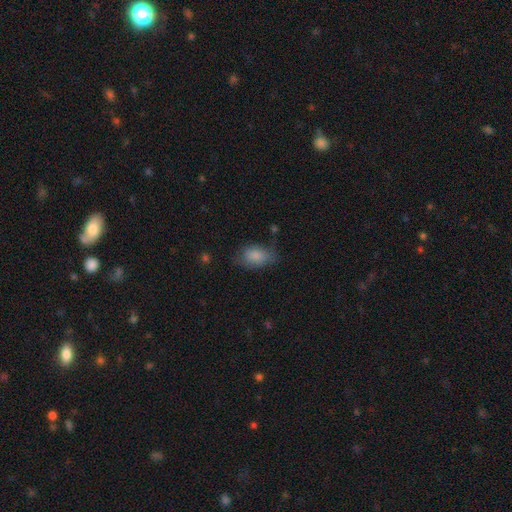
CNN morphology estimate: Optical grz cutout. It shows a smooth galaxy with no disk features (82%) that is in between round and cigar-shaped (87%). Merging: none (57%).